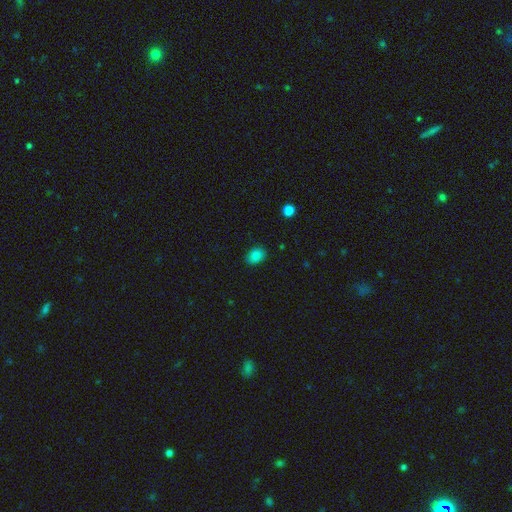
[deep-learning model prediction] A smooth galaxy with no disk features (85%) that is in between round and cigar-shaped (74%).

Vote fractions:
- Smooth or featured? smooth: 85% / star or artifact: 11% / featured or disk: 4%
- How rounded? in between: 74% / round: 25% / cigar-shaped: 1%
- Merging? none: 84% / minor disturbance: 12% / major disturbance: 3% / merger: 1%